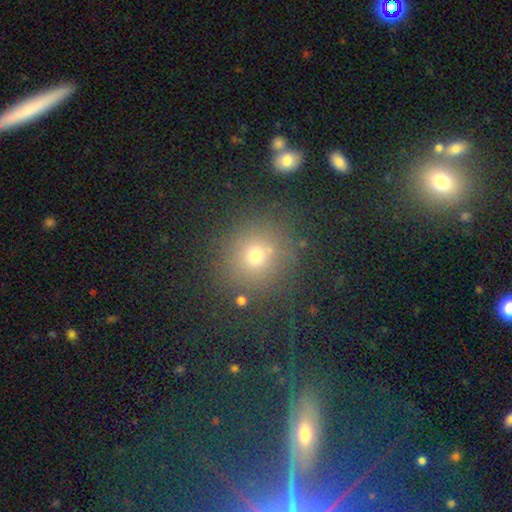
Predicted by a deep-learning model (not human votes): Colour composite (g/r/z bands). It shows a smooth galaxy with no disk features (63%) that is round (88%). Merging: none (82%).